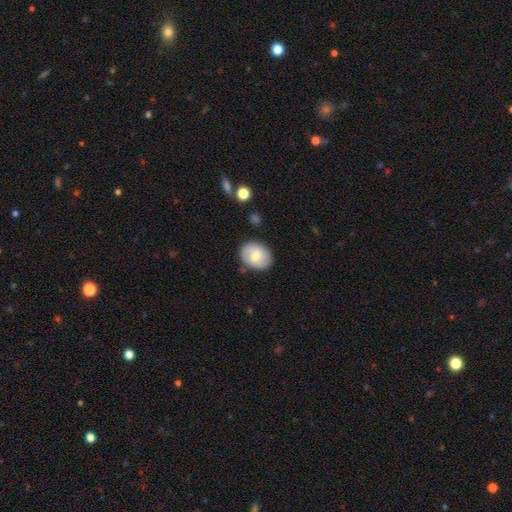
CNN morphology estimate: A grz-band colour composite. It shows a smooth galaxy with no disk features (51%) that is round (54%). Merging: none (79%).